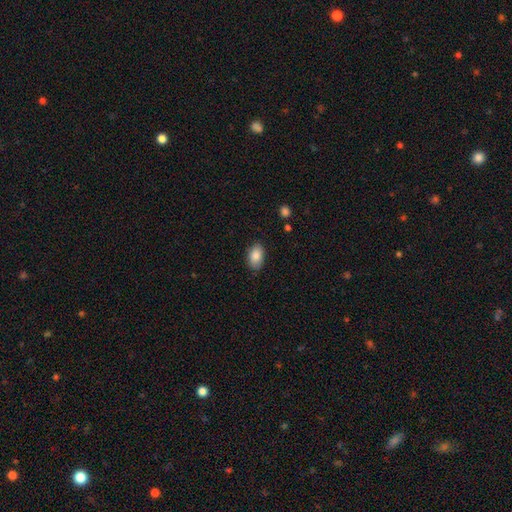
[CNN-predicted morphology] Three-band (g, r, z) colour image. It shows a smooth galaxy with no disk features (87%) that is in between round and cigar-shaped (91%). Merging: none (85%).